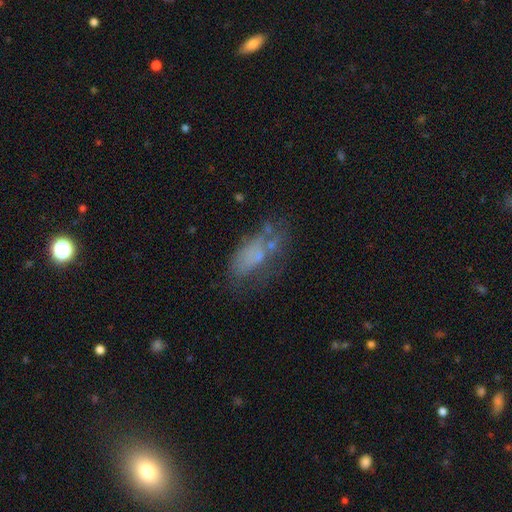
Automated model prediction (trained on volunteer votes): A smooth galaxy with no disk features (47%).

Vote fractions:
- Smooth or featured? smooth: 47% / featured or disk: 37% / star or artifact: 16%
- Merging? none: 39% / major disturbance: 26% / minor disturbance: 24% / merger: 11%